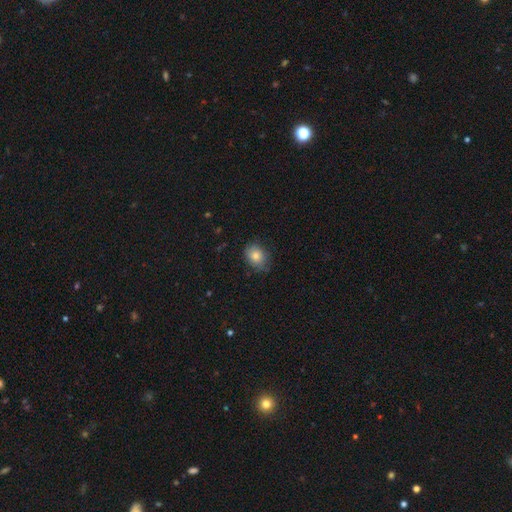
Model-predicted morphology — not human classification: A smooth galaxy with no disk features (82%) that is in between round and cigar-shaped (51%). Merging: none (74%).